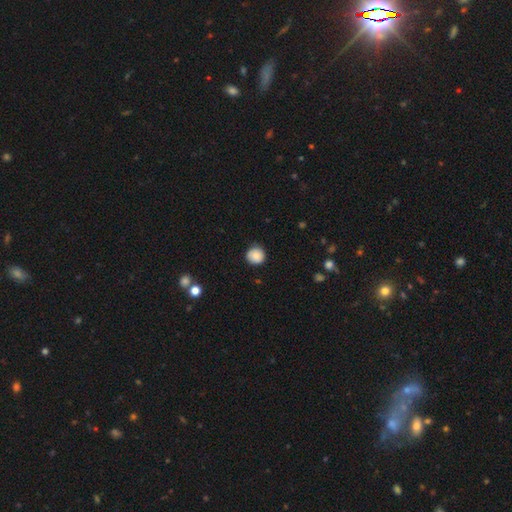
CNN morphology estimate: This is clearly a smooth galaxy (81%). How rounded: clearly round (93%). Merging: clearly none (87%).